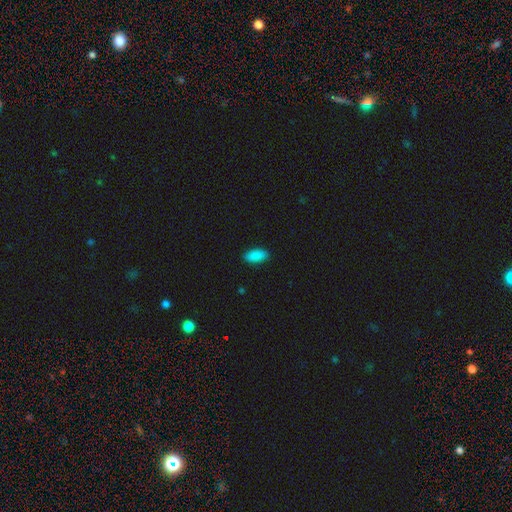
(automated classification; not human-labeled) Overall: smooth (90%). How rounded: in between (90%). Merging: none (89%).